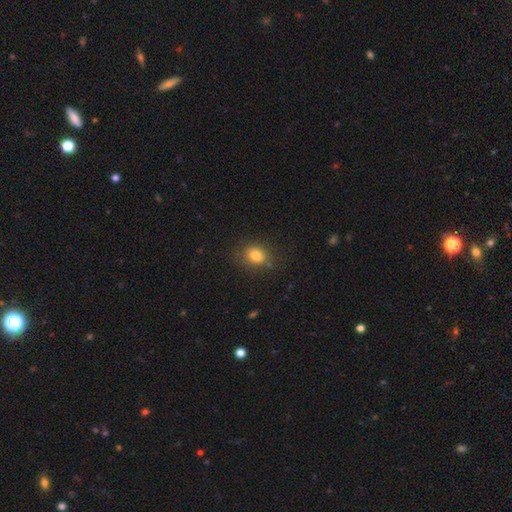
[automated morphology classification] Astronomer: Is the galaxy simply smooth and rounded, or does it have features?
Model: smooth — 80%.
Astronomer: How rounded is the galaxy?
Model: round — 58% (runner-up: in between, 41%).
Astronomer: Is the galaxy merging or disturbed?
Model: none — 77%.